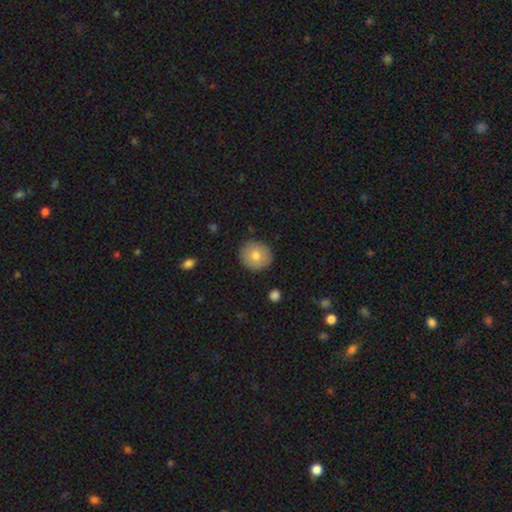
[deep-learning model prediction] The model was most divided on "smooth or featured": smooth: 76%, featured or disk: 15%, star or artifact: 8%. More confident: merging — none (89%); how rounded — round (88%).